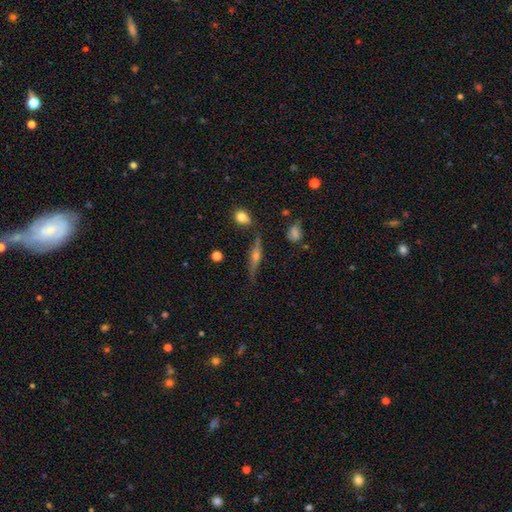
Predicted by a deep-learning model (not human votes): smooth_or_featured: featured or disk (p=0.71) [alt: smooth p=0.20]
disk_edge_on: yes (p=0.94) [alt: no p=0.06]
edge_on_bulge: rounded (p=0.90) [alt: boxy p=0.05]
merging: none (p=0.77) [alt: minor disturbance p=0.15]